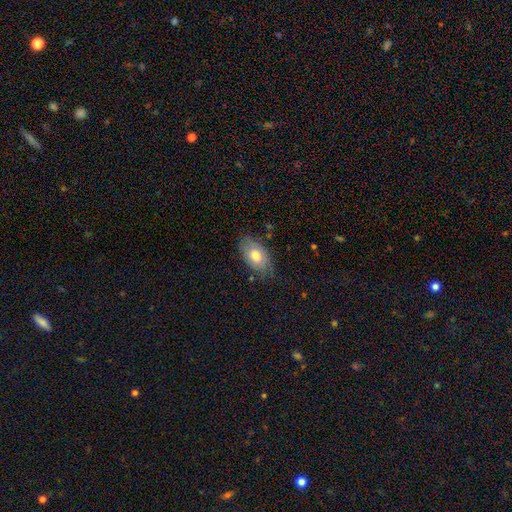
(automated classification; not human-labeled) smooth 74%, featured or disk 19%, star or artifact 7%. Down the decision tree: how rounded — in between (92%); merging — none (73%).